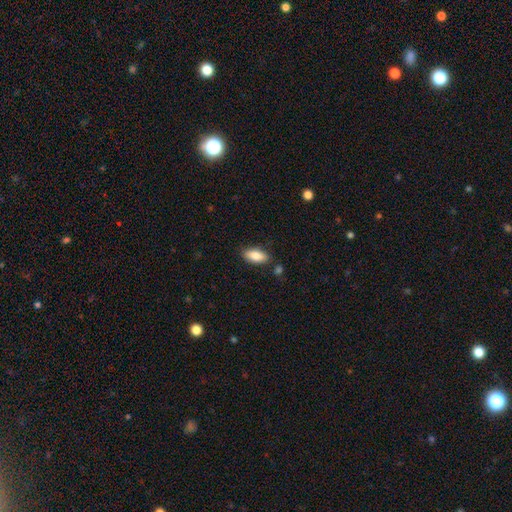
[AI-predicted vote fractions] Smooth or featured: smooth — 86% (featured or disk — 8%)
How rounded: in between — 87% (cigar-shaped — 10%)
Merging: none — 83% (minor disturbance — 11%)